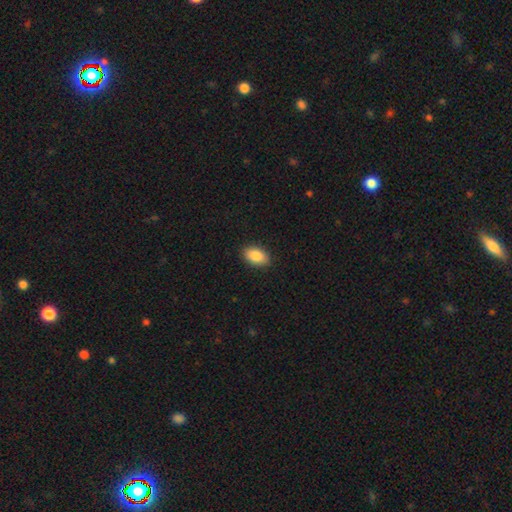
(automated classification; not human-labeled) smooth 87%, star or artifact 7%, featured or disk 6%. Down the decision tree: how rounded — in between (91%); merging — none (90%).